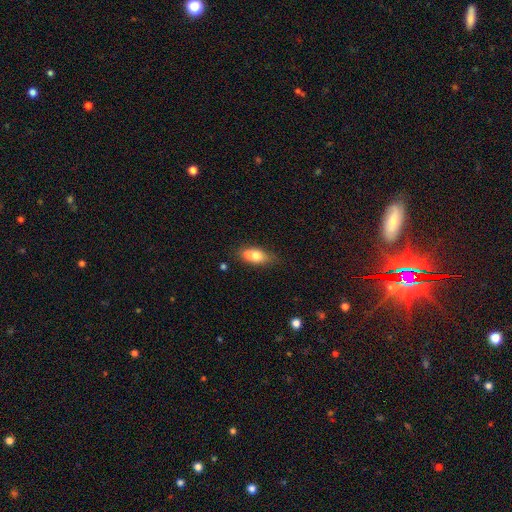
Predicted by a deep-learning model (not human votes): Smooth or featured: smooth — 67% (featured or disk — 24%)
How rounded: in between — 68% (round — 23%)
Merging: merger — 45% (none — 38%)